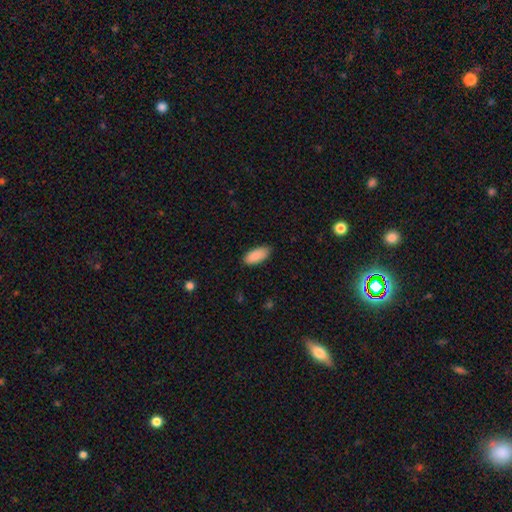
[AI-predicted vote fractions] smooth 90%, star or artifact 6%, featured or disk 4%. Down the decision tree: how rounded — in between (90%); merging — none (84%).